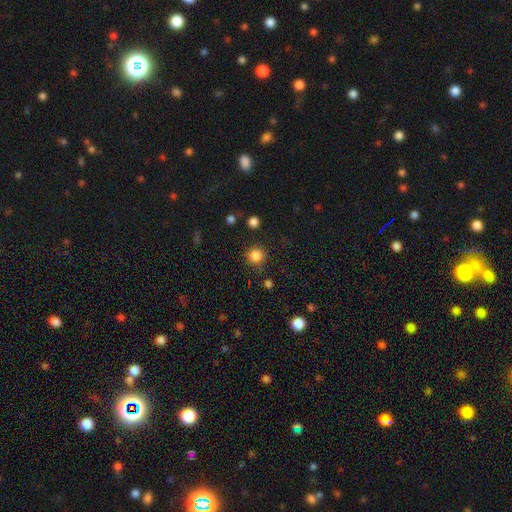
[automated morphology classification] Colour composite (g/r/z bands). It shows a smooth galaxy with no disk features (84%) that is round (94%). Merging: none (85%).